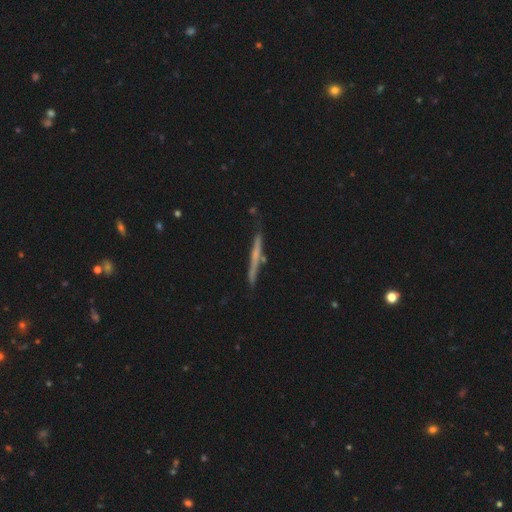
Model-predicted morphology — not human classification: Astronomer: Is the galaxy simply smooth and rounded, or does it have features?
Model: featured or disk — 52% (runner-up: smooth, 42%).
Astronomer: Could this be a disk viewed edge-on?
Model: yes — 95%.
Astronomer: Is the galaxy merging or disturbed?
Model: none — 79%.